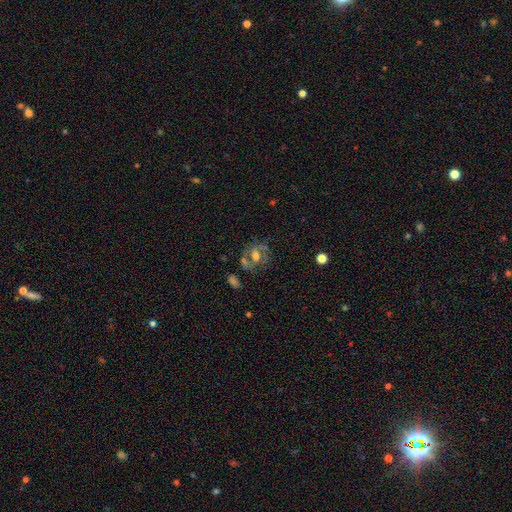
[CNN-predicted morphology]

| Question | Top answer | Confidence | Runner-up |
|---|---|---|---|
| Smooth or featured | featured or disk | 60% | smooth (28%) |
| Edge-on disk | no | 94% | yes (6%) |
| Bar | weak | 42% | no (34%) |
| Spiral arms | yes | 65% | no (35%) |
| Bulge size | moderate | 60% | small (20%) |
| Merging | none | 56% | minor disturbance (17%) |